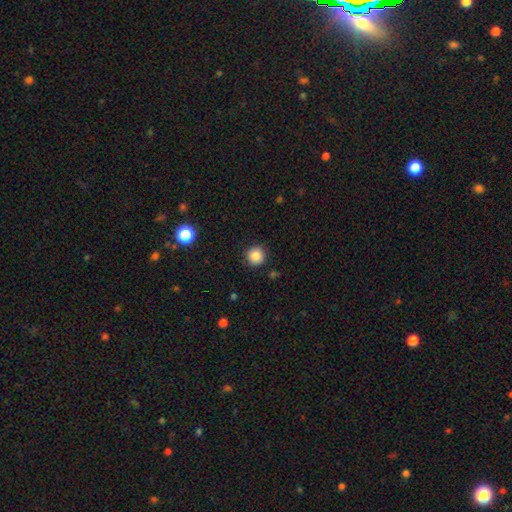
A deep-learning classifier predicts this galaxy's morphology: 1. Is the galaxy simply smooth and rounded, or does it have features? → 86% smooth, 10% star or artifact, 4% featured or disk.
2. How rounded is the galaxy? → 94% round, 5% in between, 1% cigar-shaped.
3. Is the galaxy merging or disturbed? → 90% none, 7% minor disturbance, 2% major disturbance, 1% merger.